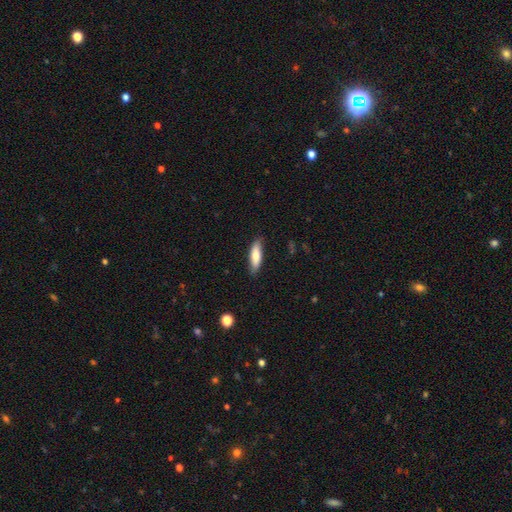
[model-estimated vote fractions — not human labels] A smooth galaxy with no disk features (79%) that is cigar-shaped (56%).

Vote fractions:
- Smooth or featured? smooth: 79% / featured or disk: 15% / star or artifact: 6%
- How rounded? cigar-shaped: 56% / in between: 43% / round: 2%
- Merging? none: 82% / minor disturbance: 14% / major disturbance: 2% / merger: 1%